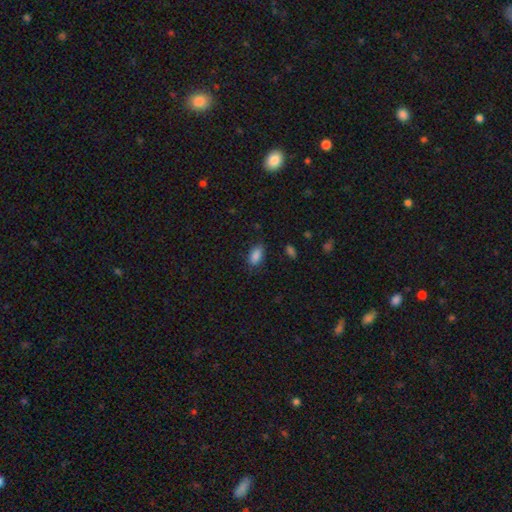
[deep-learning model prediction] This is clearly a smooth galaxy (87%). How rounded: clearly in between (90%). Merging: likely none (80%).